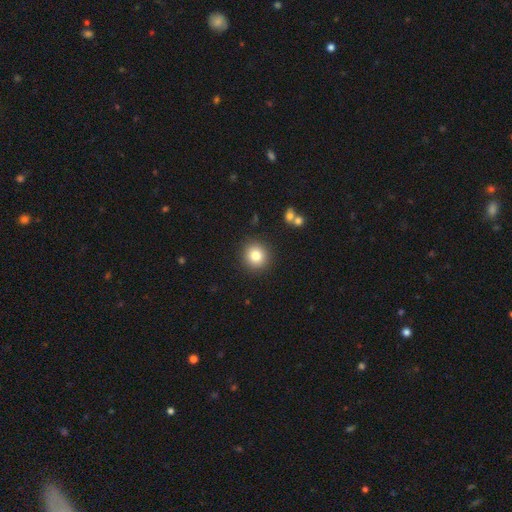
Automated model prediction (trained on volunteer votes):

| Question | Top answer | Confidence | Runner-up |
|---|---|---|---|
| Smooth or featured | smooth | 80% | star or artifact (11%) |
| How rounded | round | 91% | in between (8%) |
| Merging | none | 90% | minor disturbance (6%) |